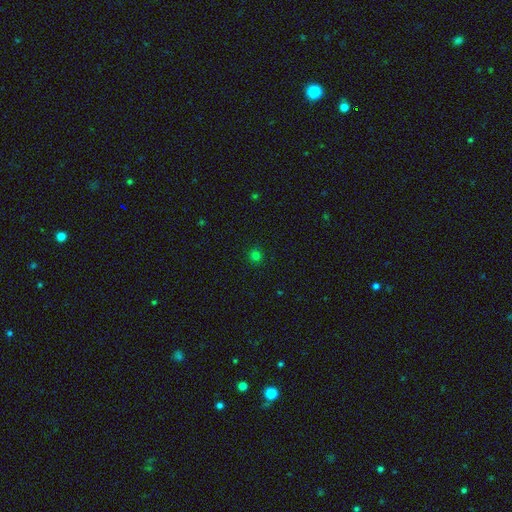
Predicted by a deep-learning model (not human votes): smooth-or-featured: smooth: 76% | star or artifact: 20% | featured or disk: 4%
  how-rounded: round: 91% | in between: 8% | cigar-shaped: 1%
  merging: none: 90% | minor disturbance: 7% | major disturbance: 2% | merger: 1%